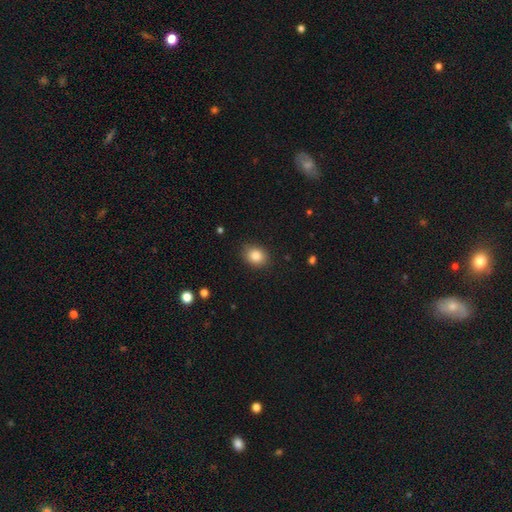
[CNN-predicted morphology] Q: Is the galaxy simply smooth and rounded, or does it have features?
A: smooth — 84%.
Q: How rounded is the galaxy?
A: in between — 53%.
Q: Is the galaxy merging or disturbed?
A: none — 86%.